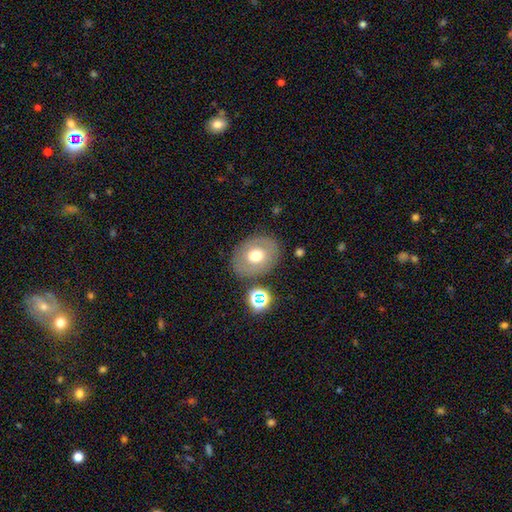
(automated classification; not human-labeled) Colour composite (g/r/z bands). It shows a smooth galaxy with no disk features (64%) that is in between round and cigar-shaped (56%). Merging: none (81%).